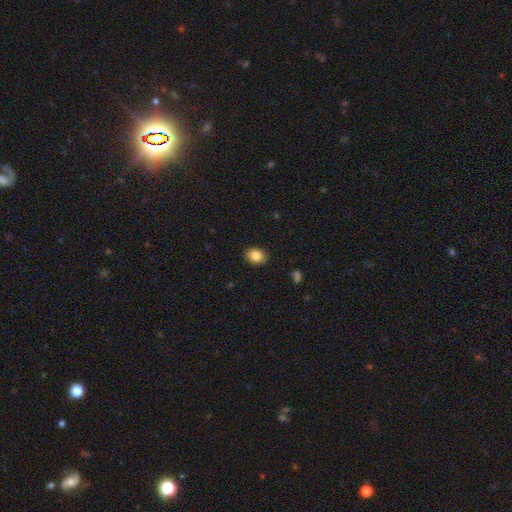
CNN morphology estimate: Smooth or featured? smooth (85%)
How rounded? in between (66%)
Merging? none (89%)